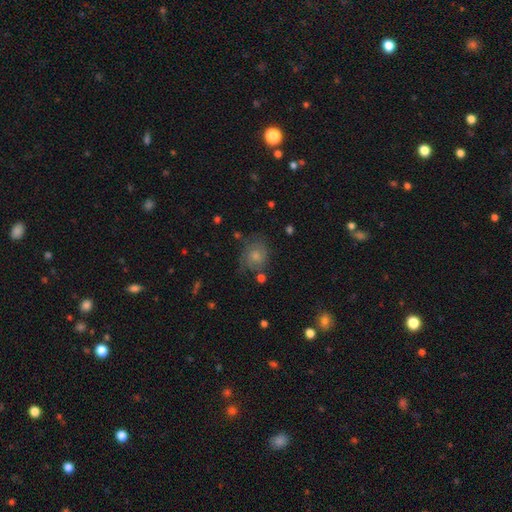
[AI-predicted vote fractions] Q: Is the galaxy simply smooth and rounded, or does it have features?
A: featured or disk — 46%.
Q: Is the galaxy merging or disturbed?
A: none — 57%.